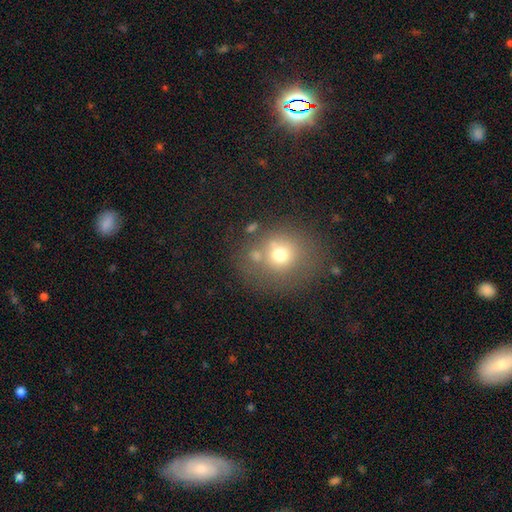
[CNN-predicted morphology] A smooth galaxy with no disk features (67%) that is round (81%). Merging: none (62%).